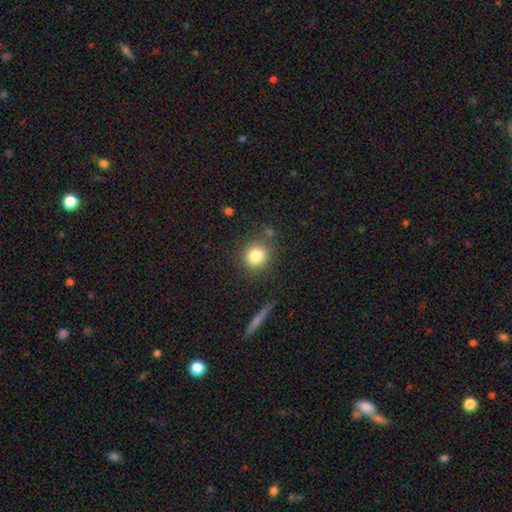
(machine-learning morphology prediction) smooth-or-featured: smooth: 82% | star or artifact: 10% | featured or disk: 7%
  how-rounded: round: 88% | in between: 10% | cigar-shaped: 1%
  merging: none: 83% | minor disturbance: 9% | merger: 4% | major disturbance: 3%